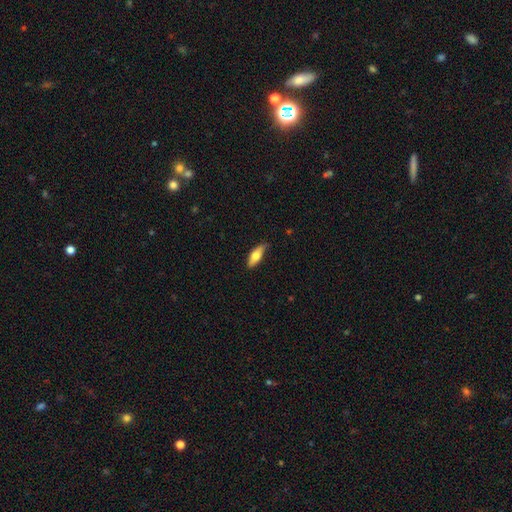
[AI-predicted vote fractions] This appears to be a smooth galaxy with no disk features (62%) that is in between round and cigar-shaped (60%). Merging: none (73%).